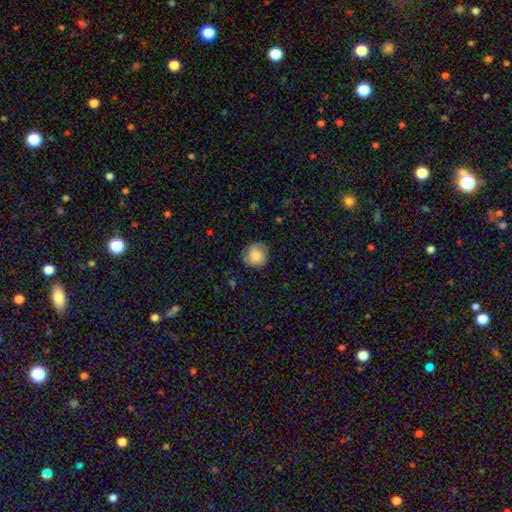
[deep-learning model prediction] This appears to be a smooth galaxy with no disk features (74%) that is round (88%). Merging: none (78%).